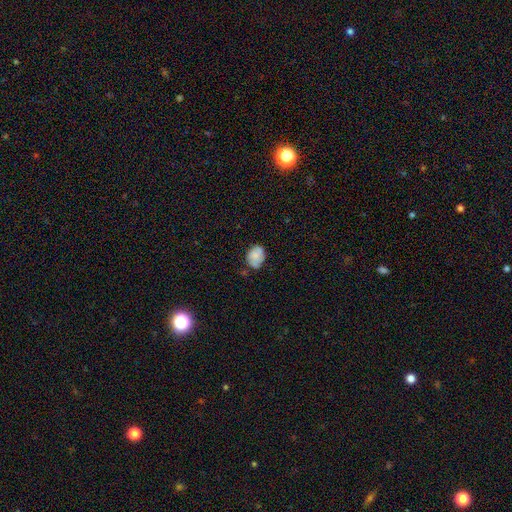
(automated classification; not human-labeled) smooth 69%, featured or disk 22%, star or artifact 9%. Down the decision tree: how rounded — in between (62%); merging — none (56%).